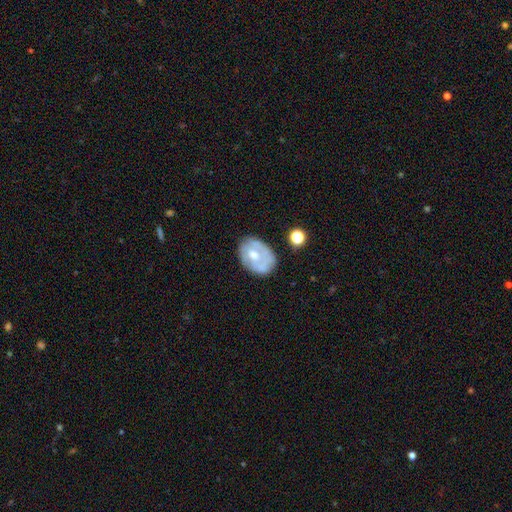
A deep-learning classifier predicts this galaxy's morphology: A featured or disk galaxy (53%) with no bar (80%), no spiral arms (66%) and a moderate central bulge (65%).

Vote fractions:
- Smooth or featured? featured or disk: 53% / smooth: 40% / star or artifact: 7%
- Edge-on disk? no: 96% / yes: 4%
- Bar? no: 80% / weak: 16% / strong: 3%
- Spiral arms? no: 66% / yes: 34%
- Bulge size? moderate: 65% / small: 20% / large: 9% / none: 4% / dominant: 1%
- Merging? none: 57% / minor disturbance: 26% / major disturbance: 12% / merger: 5%